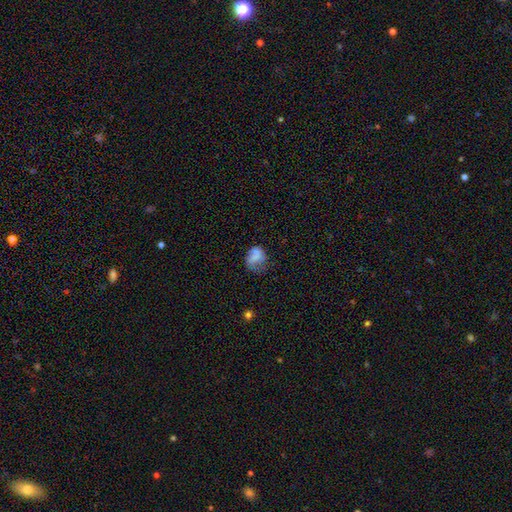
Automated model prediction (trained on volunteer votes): A smooth galaxy with no disk features (65%) that is in between round and cigar-shaped (50%). Merging: none (37%).